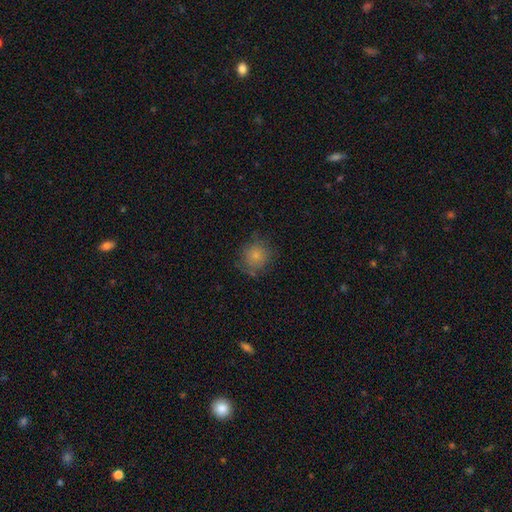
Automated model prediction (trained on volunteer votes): Overall: smooth (78%). How rounded: round (85%). Merging: none (72%).